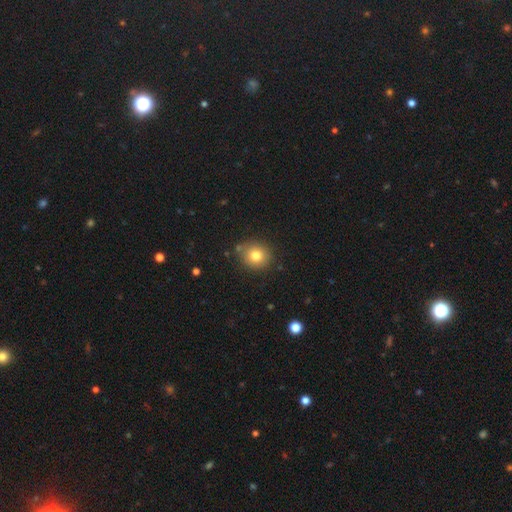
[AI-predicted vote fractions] Morphology: type=smooth (78%); roundness=round (87%); merging=none (84%).